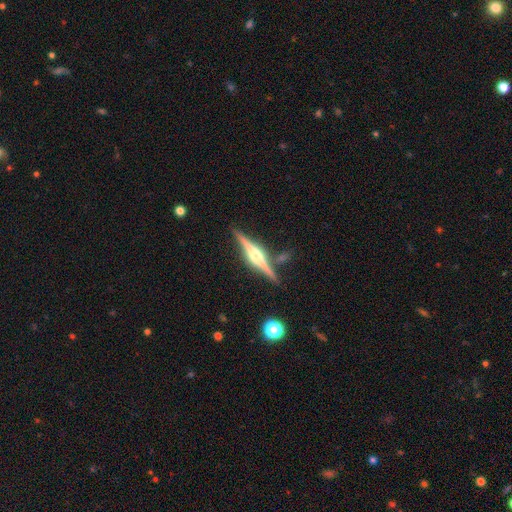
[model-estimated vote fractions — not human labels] This appears to be a featured or disk galaxy (84%) viewed edge-on (98%) with a rounded central bulge (92%). Merging: none (86%).